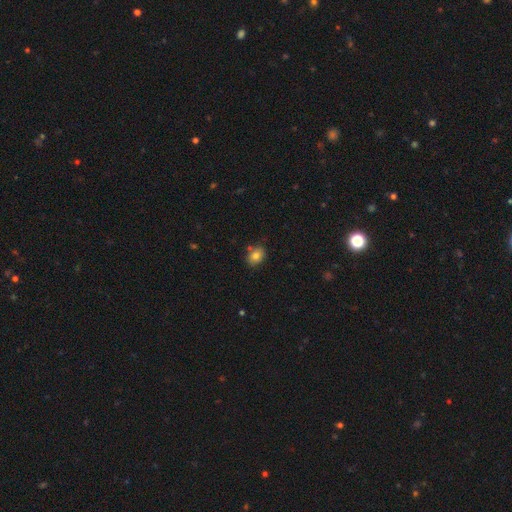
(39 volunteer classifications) This is likely a smooth galaxy (74%). How rounded: possibly round (55%). Merging: clearly none (80%).